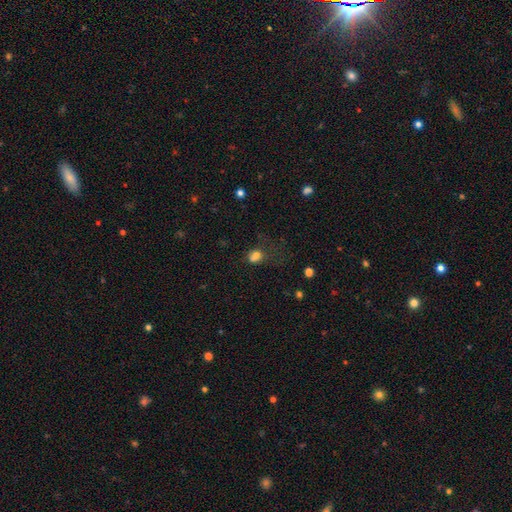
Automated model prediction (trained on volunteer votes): A smooth galaxy with no disk features (71%) that is round (55%). Merging: none (32%).